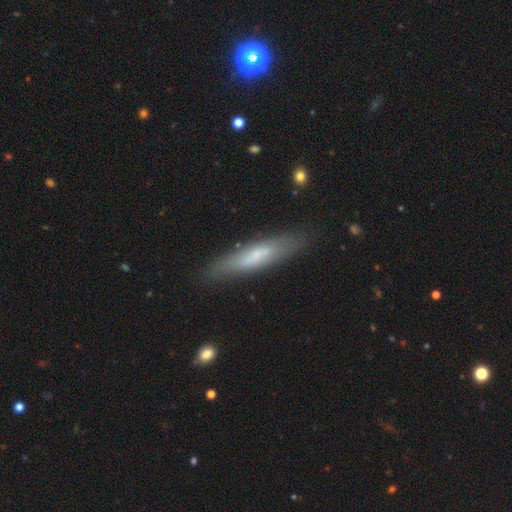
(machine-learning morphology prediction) A smooth galaxy with no disk features (54%) that is cigar-shaped (81%). Merging: none (83%).